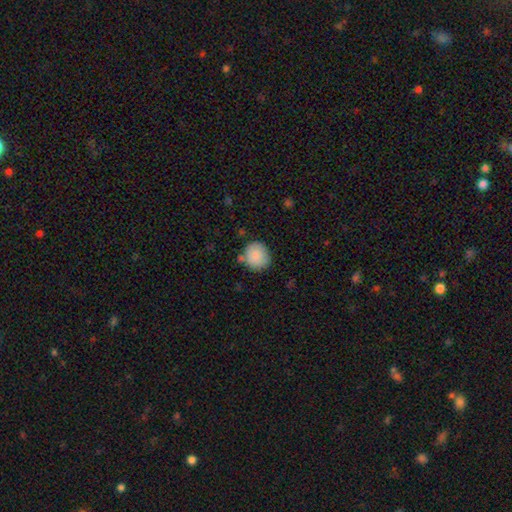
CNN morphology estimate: smooth_or_featured: smooth (p=0.87) [alt: star or artifact p=0.07]
how_rounded: round (p=0.87) [alt: in between p=0.12]
merging: none (p=0.75) [alt: minor disturbance p=0.15]